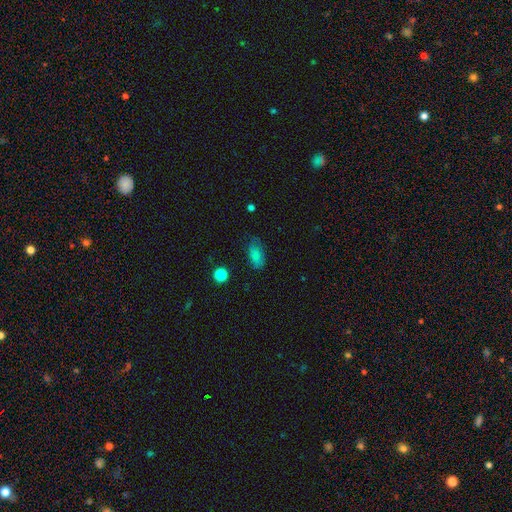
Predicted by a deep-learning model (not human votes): A smooth galaxy with no disk features (82%) that is in between round and cigar-shaped (89%).

Vote fractions:
- Smooth or featured? smooth: 82% / star or artifact: 10% / featured or disk: 8%
- How rounded? in between: 89% / round: 6% / cigar-shaped: 5%
- Merging? none: 70% / minor disturbance: 22% / major disturbance: 6% / merger: 1%